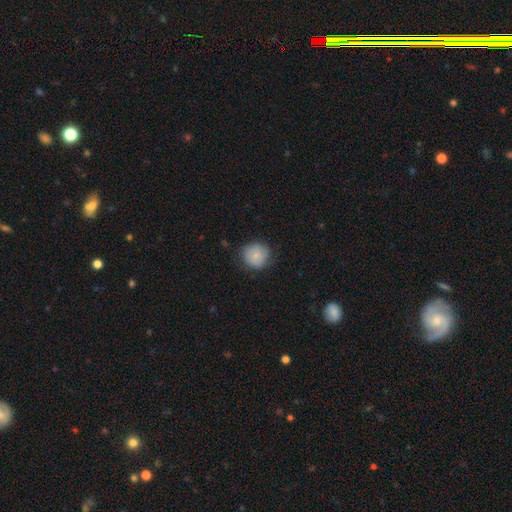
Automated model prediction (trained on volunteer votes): smooth 77%, featured or disk 15%, star or artifact 8%. Down the decision tree: how rounded — round (88%); merging — none (76%).